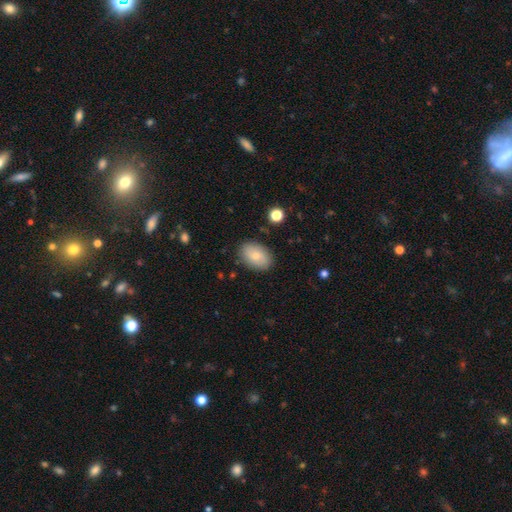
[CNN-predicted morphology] This is likely a smooth galaxy (76%). How rounded: clearly in between (86%). Merging: clearly none (86%).